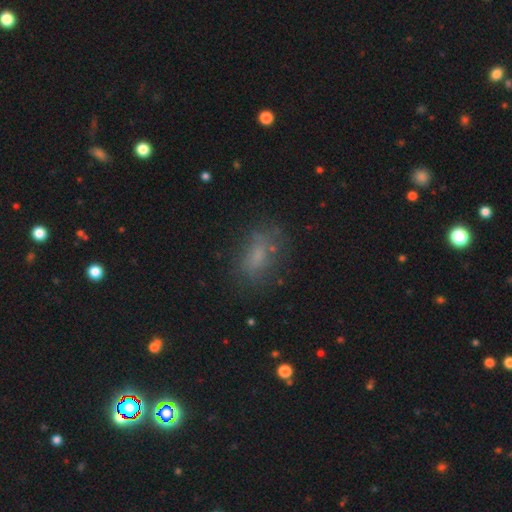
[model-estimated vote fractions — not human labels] smooth-or-featured: smooth: 60% | featured or disk: 20% | star or artifact: 19%
  how-rounded: in between: 82% | round: 11% | cigar-shaped: 7%
  merging: none: 67% | minor disturbance: 20% | major disturbance: 11% | merger: 3%